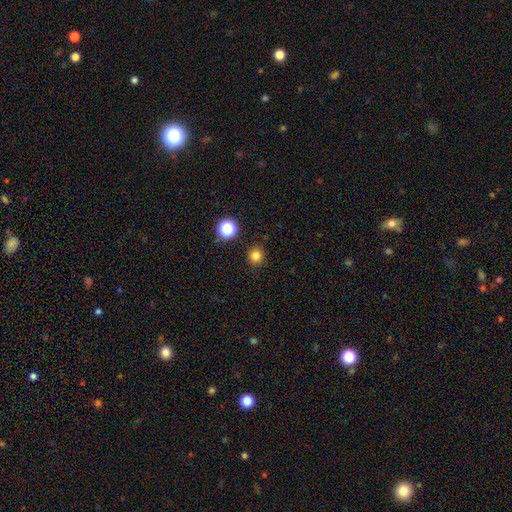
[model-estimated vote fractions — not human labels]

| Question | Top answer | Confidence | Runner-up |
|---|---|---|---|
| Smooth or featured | smooth | 81% | star or artifact (15%) |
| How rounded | round | 93% | in between (6%) |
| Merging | none | 91% | minor disturbance (6%) |